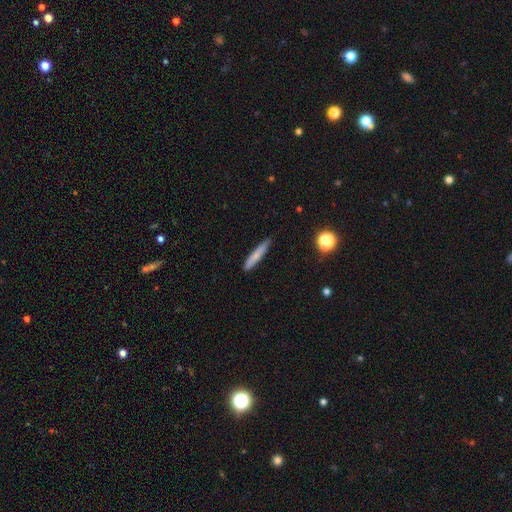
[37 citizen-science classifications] A smooth galaxy with no disk features (78%) that is cigar-shaped (97%).

Vote fractions:
- Smooth or featured? smooth: 78% / featured or disk: 16% / star or artifact: 5%
- How rounded? cigar-shaped: 97% / in between: 3% / round: 0%
- Merging? none: 60% / minor disturbance: 37% / major disturbance: 3% / merger: 0%